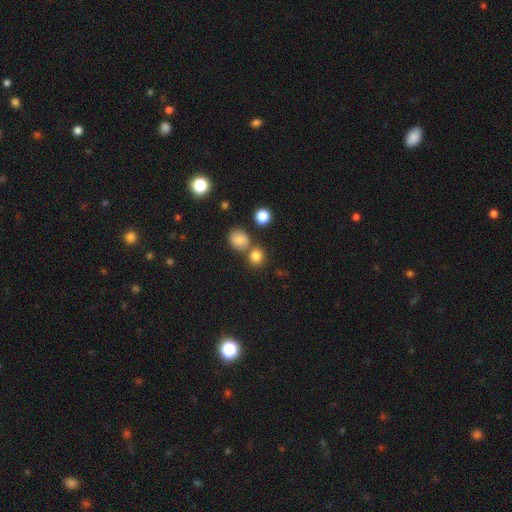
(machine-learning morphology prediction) The model was most divided on "merging": none: 64%, merger: 24%, minor disturbance: 9%, major disturbance: 3%. More confident: smooth or featured — smooth (81%); how rounded — round (80%).